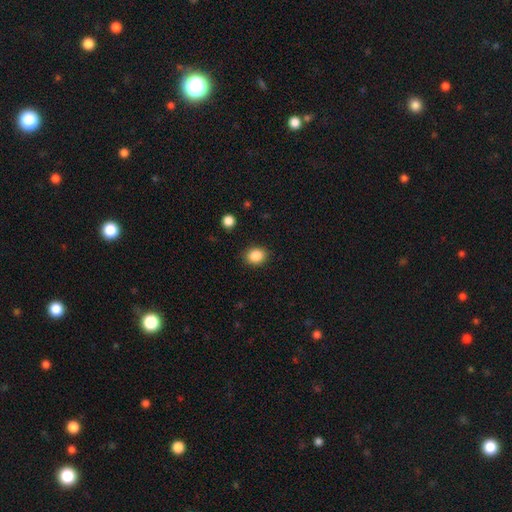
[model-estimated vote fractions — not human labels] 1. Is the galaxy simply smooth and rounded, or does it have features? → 87% smooth, 9% star or artifact, 4% featured or disk.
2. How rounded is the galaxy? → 51% round, 48% in between, 1% cigar-shaped.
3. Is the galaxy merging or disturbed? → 88% none, 9% minor disturbance, 3% major disturbance, 1% merger.